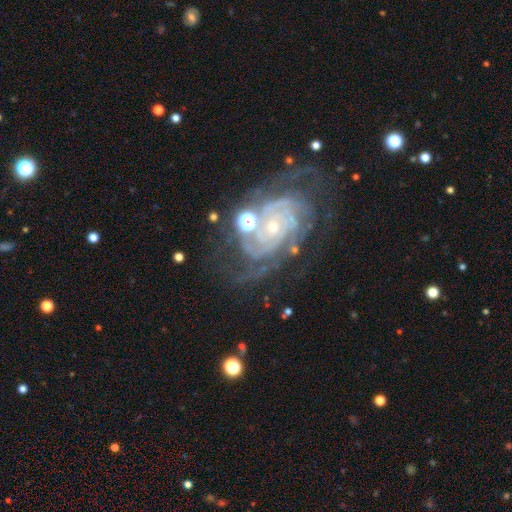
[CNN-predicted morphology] Q: Smooth or featured?
A: featured or disk (84%); runner-up: star or artifact (10%)
Q: Edge-on disk?
A: no (96%); runner-up: yes (4%)
Q: Bar?
A: no (69%); runner-up: weak (22%)
Q: Spiral arms?
A: yes (96%); runner-up: no (4%)
Q: Spiral winding?
A: tight (72%); runner-up: medium (23%)
Q: Spiral arm count?
A: can't tell (30%); runner-up: 2 (22%)
Q: Bulge size?
A: small (74%); runner-up: moderate (21%)
Q: Merging?
A: none (68%); runner-up: minor disturbance (17%)